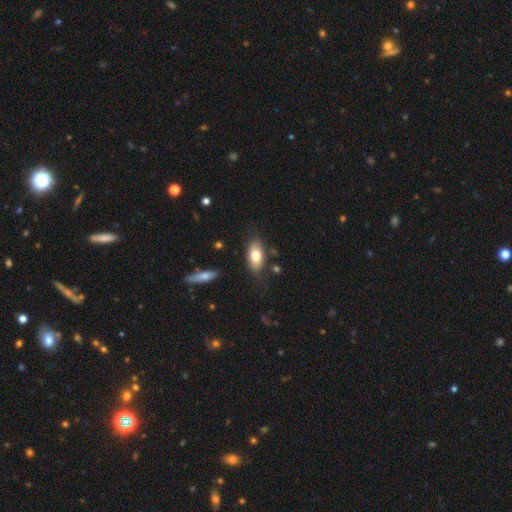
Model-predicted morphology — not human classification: This is likely a smooth galaxy (79%). How rounded: clearly in between (90%). Merging: likely none (77%).